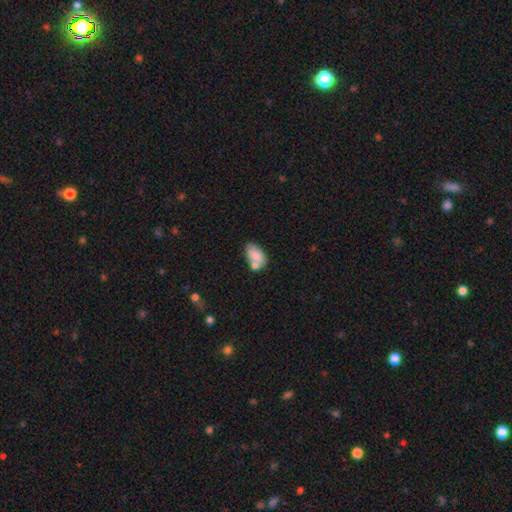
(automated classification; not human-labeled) Smooth or featured?
  - smooth: 81% *
  - featured or disk: 11%
  - star or artifact: 8%
How rounded?
  - in between: 91% *
  - round: 7%
  - cigar-shaped: 2%
Merging?
  - none: 49% *
  - merger: 29%
  - minor disturbance: 17%
  - major disturbance: 5%